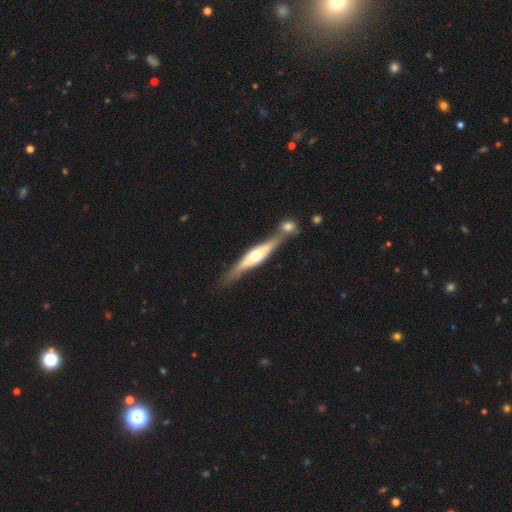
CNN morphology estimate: Q: Smooth or featured?
A: featured or disk (67%); runner-up: smooth (27%)
Q: Edge-on disk?
A: yes (91%); runner-up: no (9%)
Q: Edge-on bulge?
A: rounded (84%); runner-up: boxy (12%)
Q: Merging?
A: none (52%); runner-up: merger (28%)